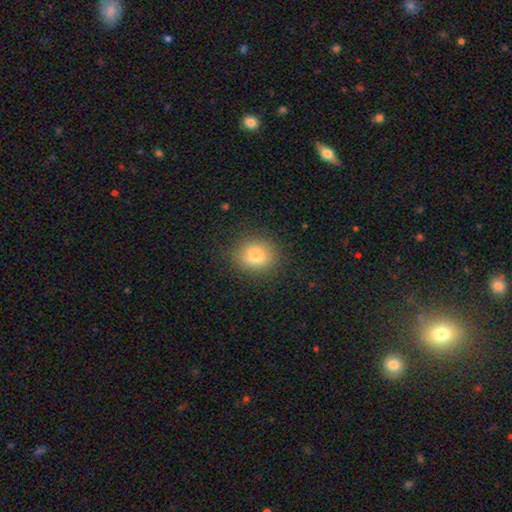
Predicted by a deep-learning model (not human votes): Overall: smooth (77%). How rounded: round (66%; in between 33%). Merging: none (87%).